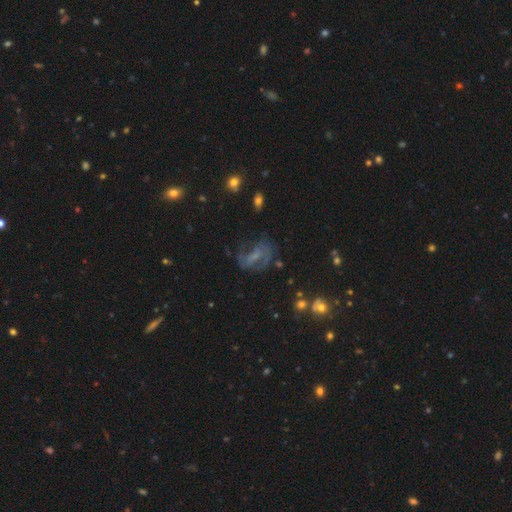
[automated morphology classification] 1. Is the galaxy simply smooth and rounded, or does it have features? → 60% featured or disk, 23% smooth, 18% star or artifact.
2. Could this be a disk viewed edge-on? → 95% no, 5% yes.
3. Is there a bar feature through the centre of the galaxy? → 45% weak, 35% no, 20% strong.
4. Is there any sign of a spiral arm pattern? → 73% yes, 27% no.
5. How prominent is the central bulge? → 45% small, 29% none, 21% moderate, 3% large, 1% dominant.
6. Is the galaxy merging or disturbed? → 50% none, 24% major disturbance, 21% minor disturbance, 4% merger.